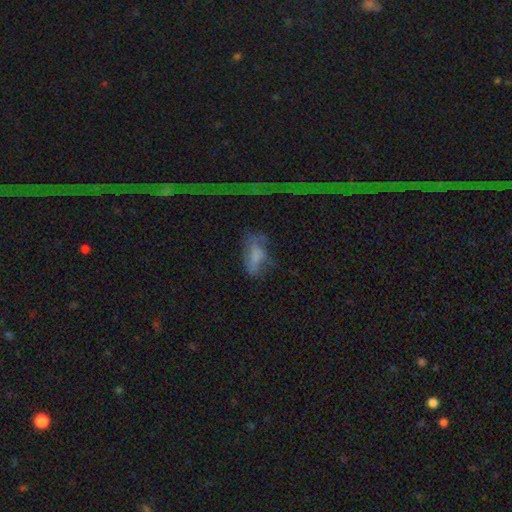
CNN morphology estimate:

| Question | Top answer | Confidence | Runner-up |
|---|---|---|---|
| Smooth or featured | smooth | 60% | featured or disk (26%) |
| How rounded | in between | 81% | cigar-shaped (14%) |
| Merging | none | 40% | major disturbance (27%) |